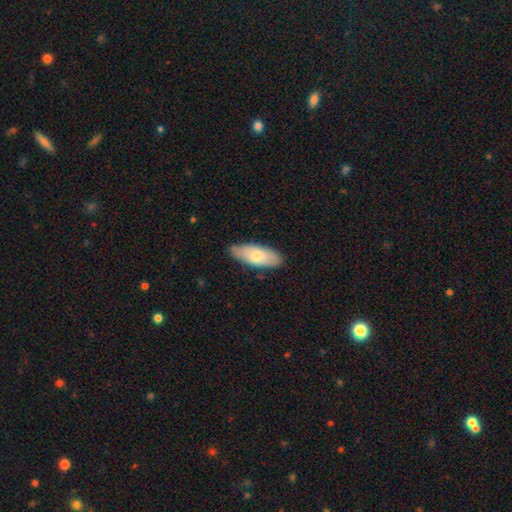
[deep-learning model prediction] Smooth or featured? smooth (70%)
How rounded? in between (80%)
Merging? none (79%)